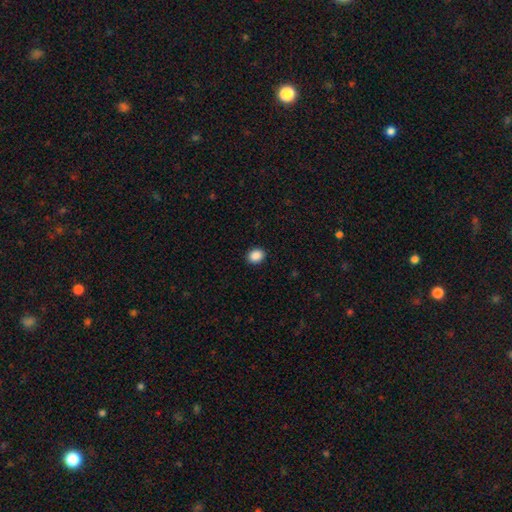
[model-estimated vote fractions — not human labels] Smooth or featured: smooth — 89% (star or artifact — 8%)
How rounded: round — 52% (in between — 47%)
Merging: none — 91% (minor disturbance — 6%)